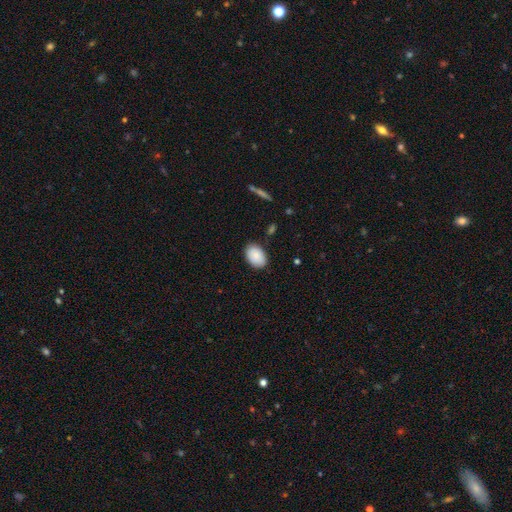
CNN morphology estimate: A smooth galaxy with no disk features (89%) that is in between round and cigar-shaped (87%). Merging: none (85%).